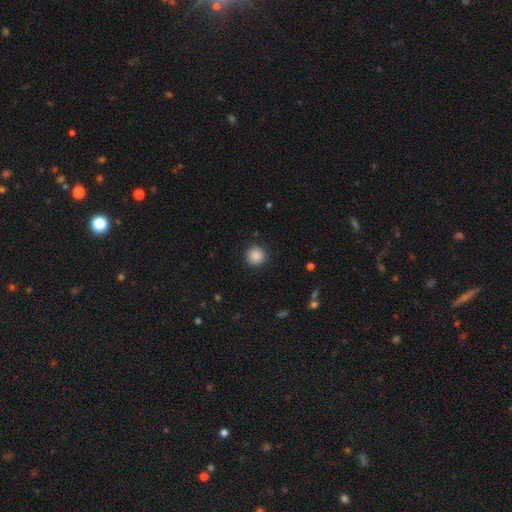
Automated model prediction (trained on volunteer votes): Smooth or featured? Predicted: smooth (p=0.88). How rounded? Predicted: round (p=0.94). Merging? Predicted: none (p=0.92).